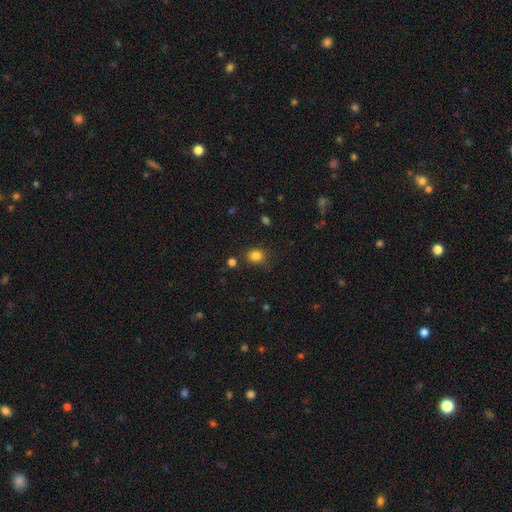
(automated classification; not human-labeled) This appears to be a smooth galaxy with no disk features (82%) that is round (68%). Merging: none (77%).